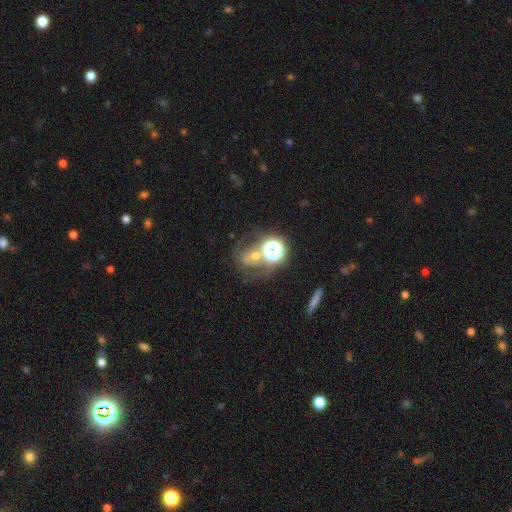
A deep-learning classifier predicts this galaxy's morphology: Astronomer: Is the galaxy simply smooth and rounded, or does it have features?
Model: star or artifact — 35% (runner-up: smooth, 34%).